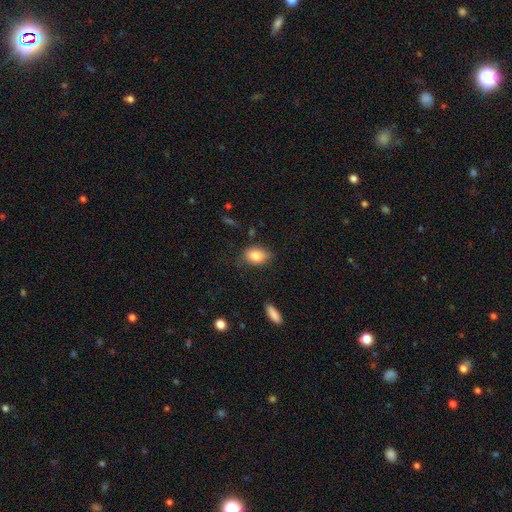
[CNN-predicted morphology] This is clearly a smooth galaxy (83%). How rounded: clearly in between (81%). Merging: likely none (74%).